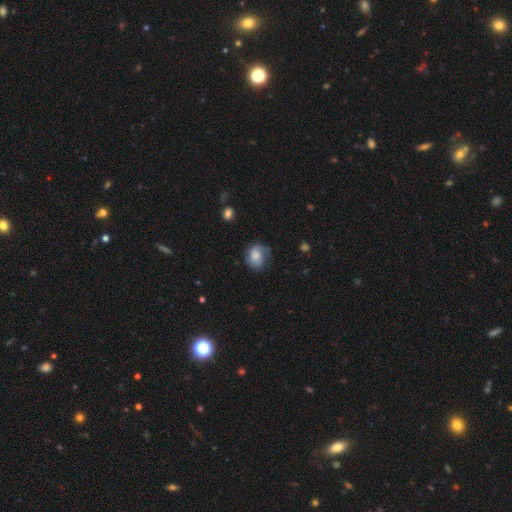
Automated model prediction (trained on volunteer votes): Smooth or featured: smooth — 73% (featured or disk — 19%)
How rounded: round — 58% (in between — 41%)
Merging: none — 54% (minor disturbance — 30%)